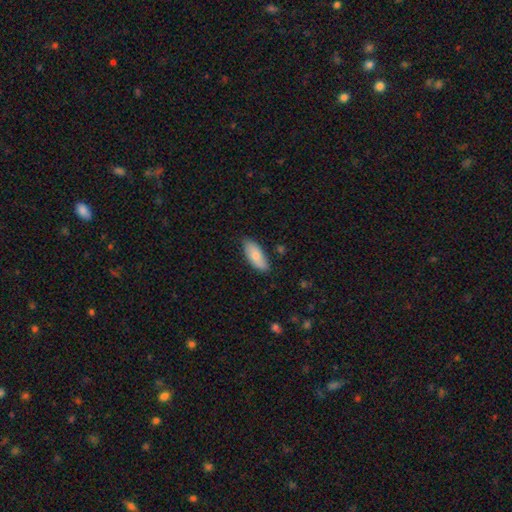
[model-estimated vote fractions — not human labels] Overall: smooth (78%). How rounded: in between (82%). Merging: none (81%).